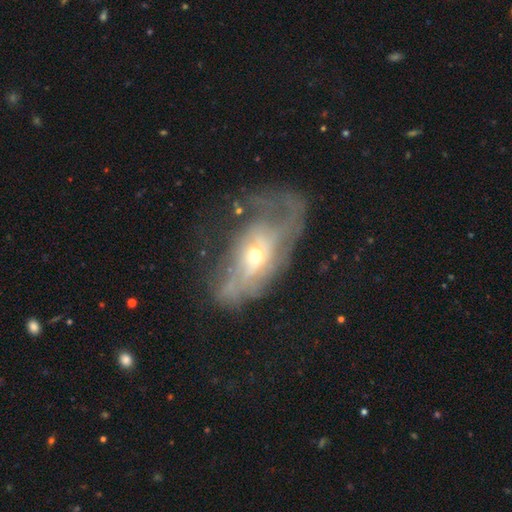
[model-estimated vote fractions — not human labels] Smooth or featured? Predicted: featured or disk (p=0.66). Edge-on disk? Predicted: no (p=0.88). Bar? Predicted: no (p=0.74). Spiral arms? Predicted: yes (p=0.50, tied with no). Bulge size? Predicted: small (p=0.51). Merging? Predicted: major disturbance (p=0.49).